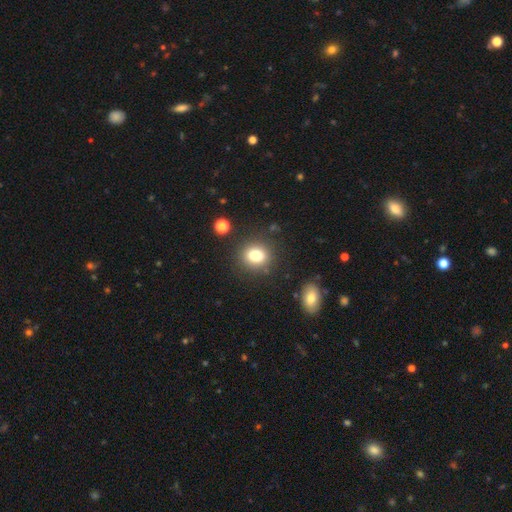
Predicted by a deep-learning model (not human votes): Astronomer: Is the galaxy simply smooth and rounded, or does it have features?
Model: smooth — 80%.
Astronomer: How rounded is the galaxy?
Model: round — 73%.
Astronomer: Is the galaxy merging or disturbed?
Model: none — 84%.